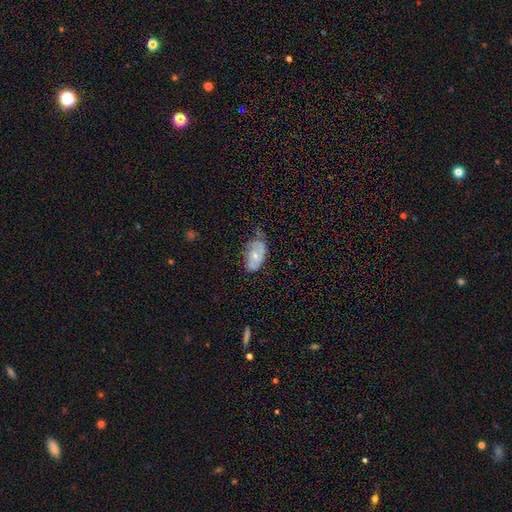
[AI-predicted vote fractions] Q: Smooth or featured?
A: smooth (49%); runner-up: featured or disk (43%)
Q: Merging?
A: none (48%); runner-up: minor disturbance (37%)